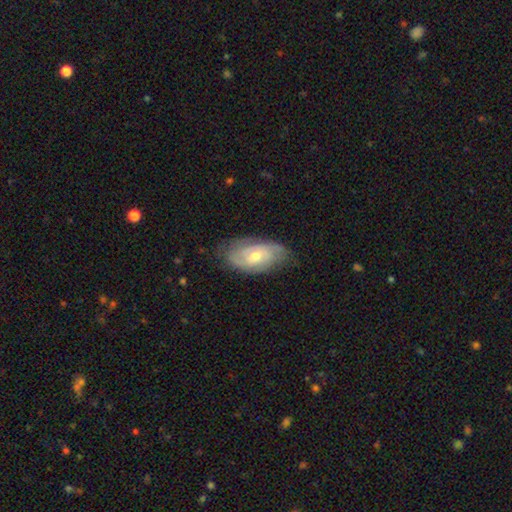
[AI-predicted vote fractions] This is likely a featured or disk galaxy (68%). It is clearly not viewed edge-on (93%). Bar: likely no (66%). Spiral arm pattern: clearly yes (86%). Spiral arm count: marginally 2 (42%). Spiral winding: possibly tight (54%). Central bulge: possibly moderate (59%). Merging: likely none (72%).